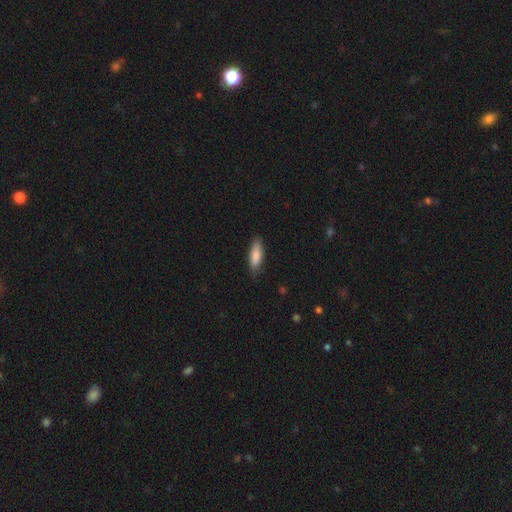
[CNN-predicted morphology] Q: Smooth or featured?
A: smooth (85%); runner-up: featured or disk (9%)
Q: How rounded?
A: in between (55%); runner-up: cigar-shaped (43%)
Q: Merging?
A: none (81%); runner-up: minor disturbance (16%)